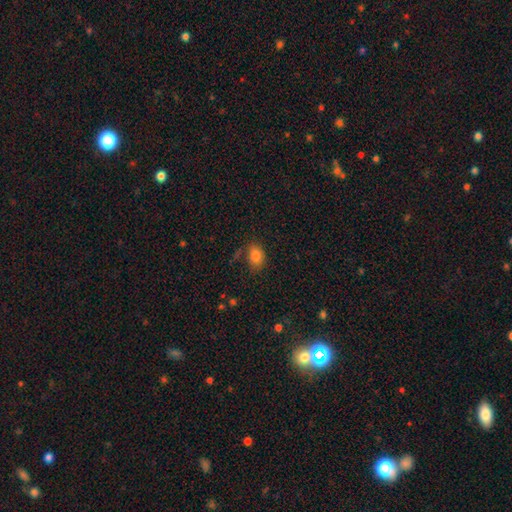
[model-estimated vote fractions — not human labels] Smooth or featured?
  - smooth: 83% *
  - star or artifact: 10%
  - featured or disk: 8%
How rounded?
  - in between: 77% *
  - round: 21%
  - cigar-shaped: 1%
Merging?
  - none: 68% *
  - minor disturbance: 20%
  - major disturbance: 8%
  - merger: 5%